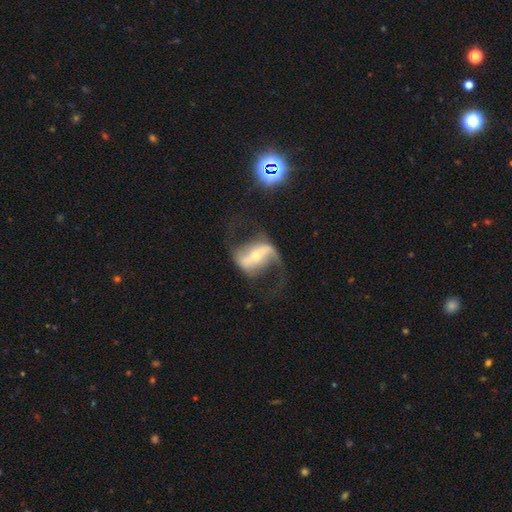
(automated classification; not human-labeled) smooth-or-featured: featured or disk: 86% | smooth: 8% | star or artifact: 6%
  disk-edge-on: no: 95% | yes: 5%
    bar: strong: 66% | weak: 22% | no: 13%
    has-spiral-arms: yes: 92% | no: 8%
      spiral-winding: loose: 68% | medium: 26% | tight: 6%
      spiral-arm-count: 2: 88% | 1: 6% | can't tell: 3% | 3: 1% | 4: 1% | more than 4: 1%
    bulge-size: small: 60% | moderate: 34% | large: 3% | none: 2% | dominant: 1%
  merging: none: 60% | major disturbance: 22% | minor disturbance: 15% | merger: 3%